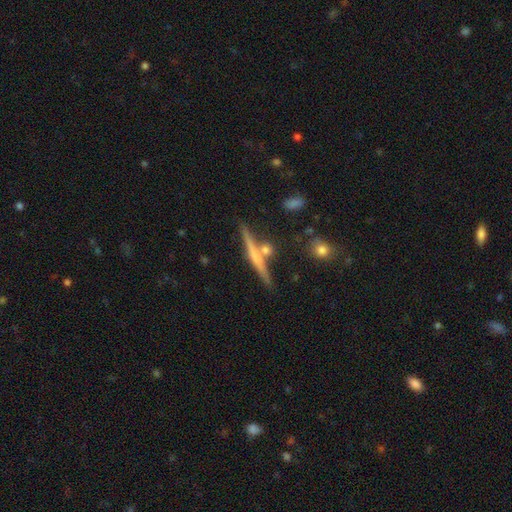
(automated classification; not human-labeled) Smooth or featured? Predicted: featured or disk (p=0.60). Edge-on disk? Predicted: yes (p=0.96). Edge-on bulge? Predicted: rounded (p=0.48). Merging? Predicted: none (p=0.73).